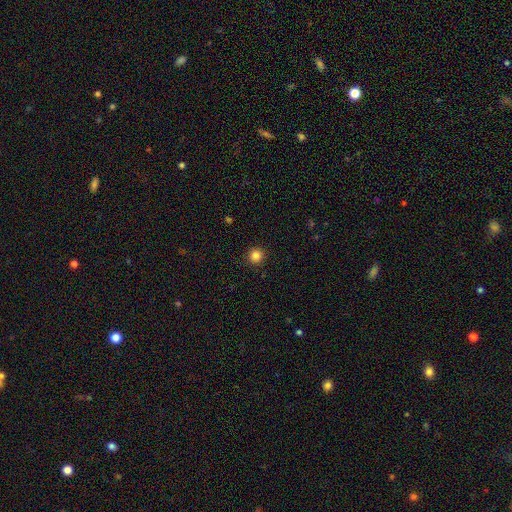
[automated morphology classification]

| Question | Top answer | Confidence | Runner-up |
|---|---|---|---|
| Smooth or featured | smooth | 85% | star or artifact (12%) |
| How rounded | round | 94% | in between (5%) |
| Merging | none | 92% | minor disturbance (5%) |